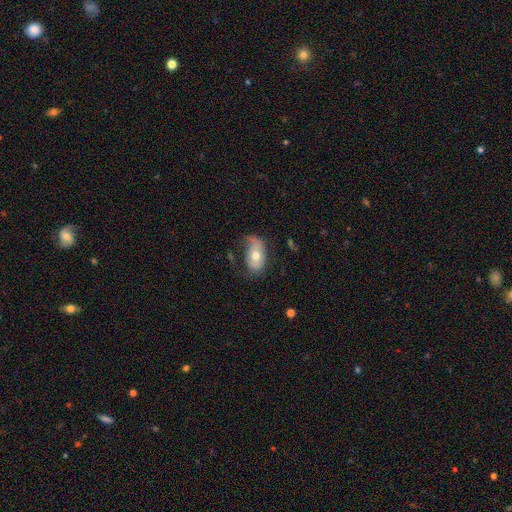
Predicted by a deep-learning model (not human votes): This is possibly a smooth galaxy (55%). How rounded: clearly in between (88%). Merging: marginally none (42%).